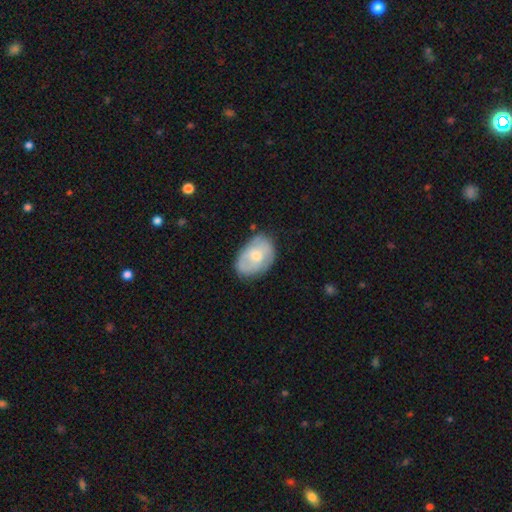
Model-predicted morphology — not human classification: smooth_or_featured: smooth (p=0.54) [alt: featured or disk p=0.40]
how_rounded: in between (p=0.82) [alt: round p=0.17]
merging: none (p=0.67) [alt: minor disturbance p=0.24]